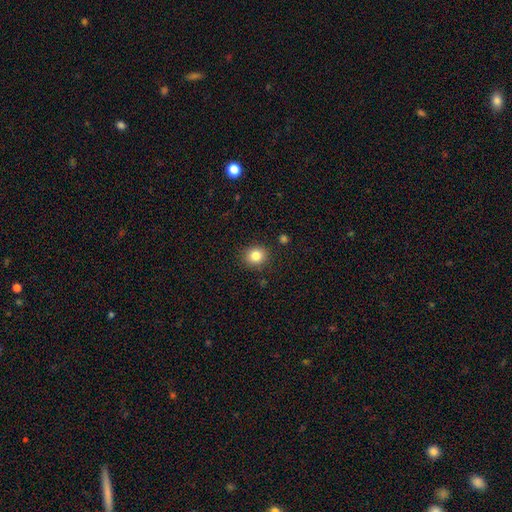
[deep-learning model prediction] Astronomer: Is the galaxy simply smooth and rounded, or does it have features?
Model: smooth — 83%.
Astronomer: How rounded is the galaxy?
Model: round — 84%.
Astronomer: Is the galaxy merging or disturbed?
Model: none — 89%.